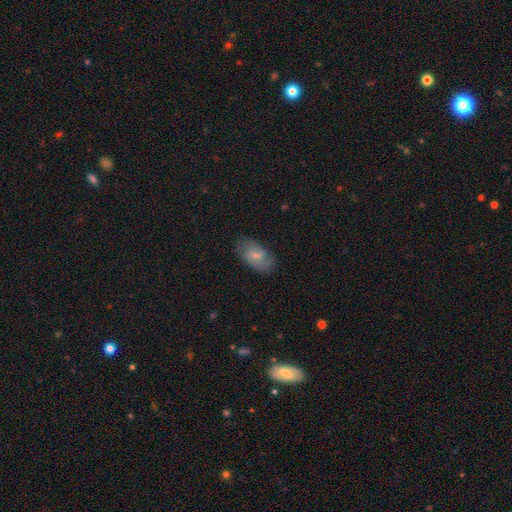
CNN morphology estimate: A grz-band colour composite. It shows a smooth galaxy with no disk features (50%) that is in between round and cigar-shaped (93%). Merging: none (78%).